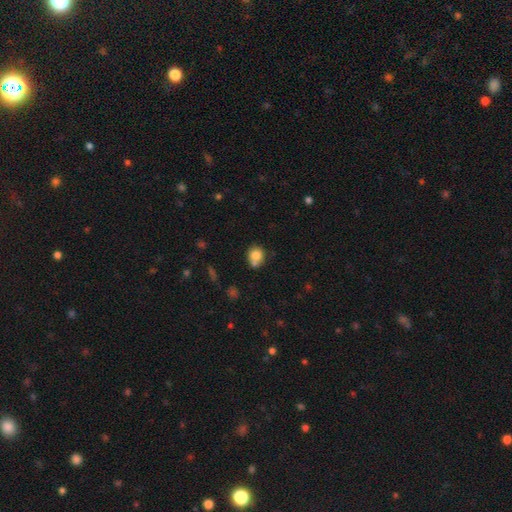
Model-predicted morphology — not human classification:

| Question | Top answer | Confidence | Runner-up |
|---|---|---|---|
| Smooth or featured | smooth | 80% | star or artifact (10%) |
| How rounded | round | 74% | in between (25%) |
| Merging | none | 50% | merger (29%) |